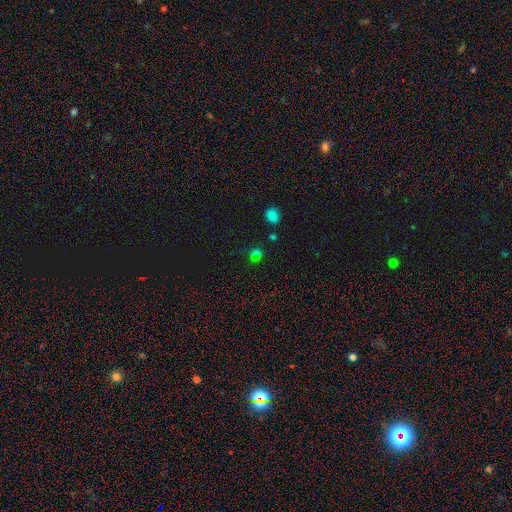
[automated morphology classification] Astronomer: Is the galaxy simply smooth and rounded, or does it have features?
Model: smooth — 56% (runner-up: star or artifact, 36%).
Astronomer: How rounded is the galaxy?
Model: round — 71%.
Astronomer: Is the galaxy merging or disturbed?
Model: none — 63%.